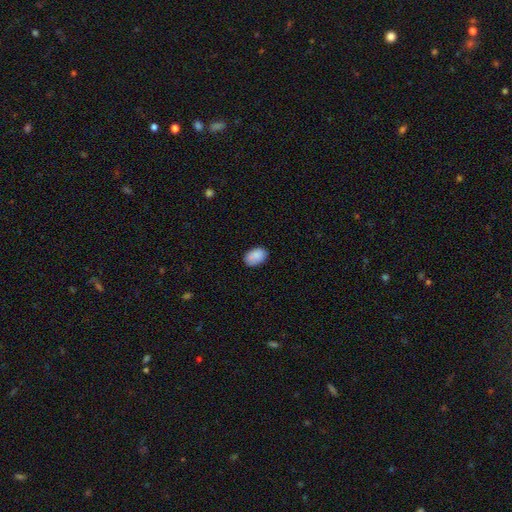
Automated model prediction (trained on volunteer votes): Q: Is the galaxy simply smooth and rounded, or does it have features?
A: smooth — 89%.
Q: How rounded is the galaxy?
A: in between — 89%.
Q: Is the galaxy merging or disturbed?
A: none — 85%.